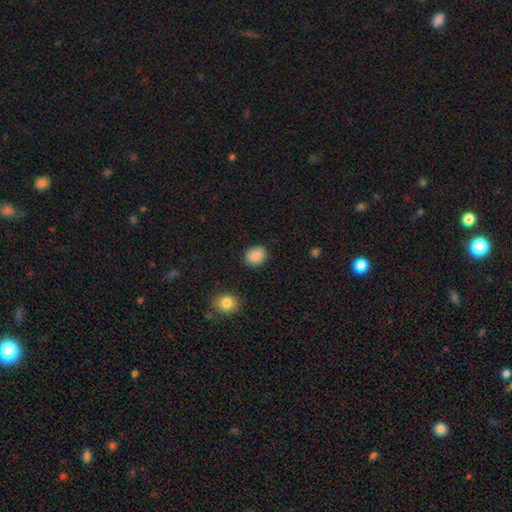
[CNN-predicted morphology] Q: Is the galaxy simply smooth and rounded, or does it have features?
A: smooth — 89%.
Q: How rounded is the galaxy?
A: in between — 51%.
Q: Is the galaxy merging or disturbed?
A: none — 84%.